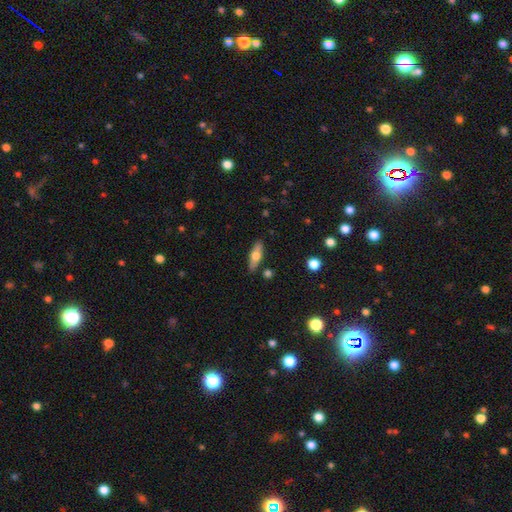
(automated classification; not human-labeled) Smooth or featured?
  - smooth: 52% *
  - featured or disk: 42%
  - star or artifact: 7%
How rounded?
  - in between: 53% *
  - cigar-shaped: 44%
  - round: 3%
Merging?
  - none: 84% *
  - minor disturbance: 11%
  - merger: 3%
  - major disturbance: 2%